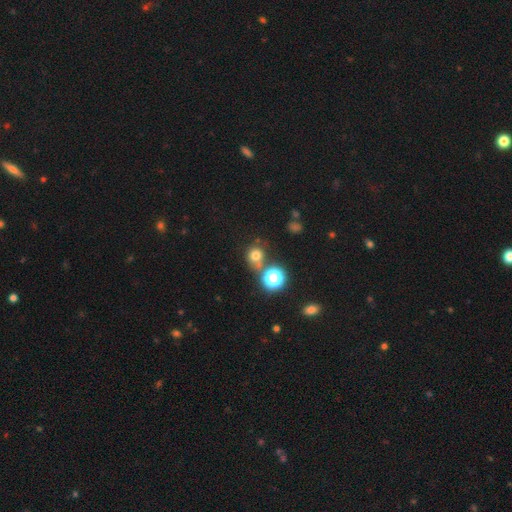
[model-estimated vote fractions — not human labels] smooth_or_featured: smooth (p=0.69) [alt: star or artifact p=0.22]
how_rounded: round (p=0.82) [alt: in between p=0.17]
merging: none (p=0.61) [alt: merger p=0.20]